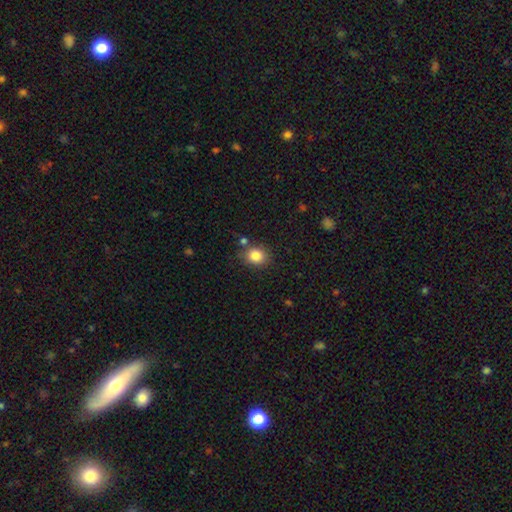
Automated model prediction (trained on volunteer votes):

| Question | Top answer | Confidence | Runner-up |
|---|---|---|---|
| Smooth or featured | smooth | 83% | star or artifact (10%) |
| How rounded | round | 66% | in between (33%) |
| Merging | none | 77% | minor disturbance (12%) |